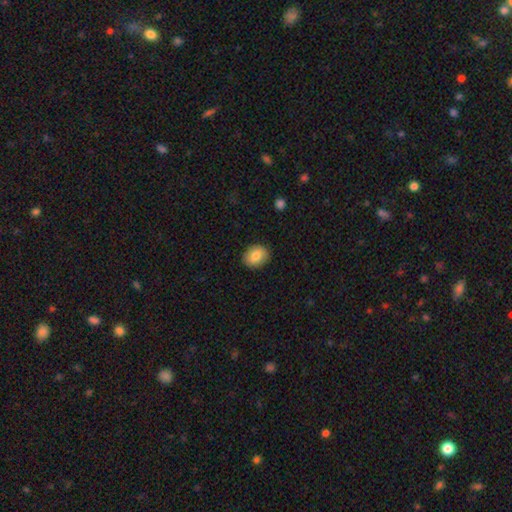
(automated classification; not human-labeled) Overall: smooth (84%). How rounded: in between (52%; round 47%). Merging: none (89%).